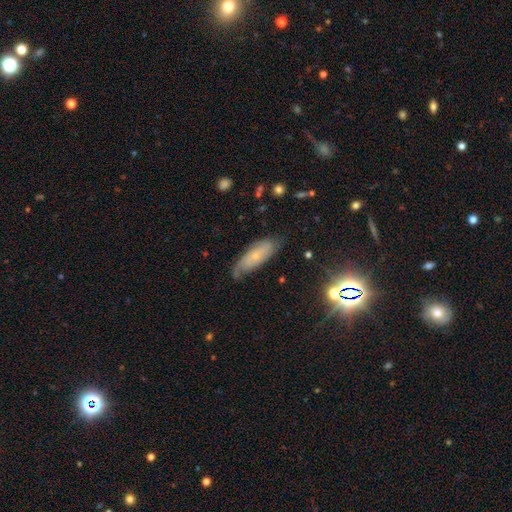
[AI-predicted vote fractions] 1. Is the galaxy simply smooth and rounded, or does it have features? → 58% featured or disk, 32% smooth, 10% star or artifact.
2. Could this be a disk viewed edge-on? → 83% no, 17% yes.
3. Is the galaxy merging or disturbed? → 64% none, 26% minor disturbance, 8% major disturbance, 2% merger.